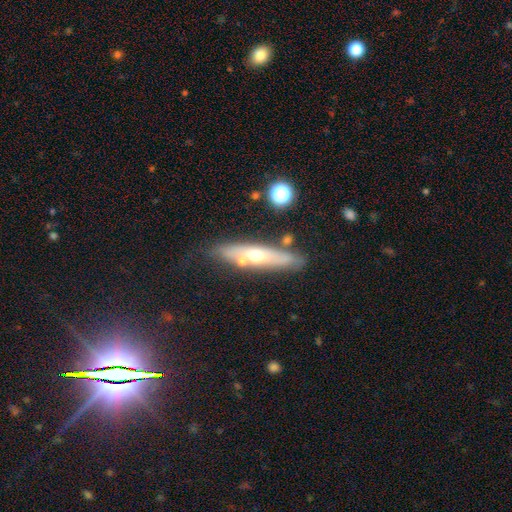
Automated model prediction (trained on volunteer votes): Smooth or featured? Predicted: featured or disk (p=0.53). Edge-on disk? Predicted: yes (p=0.72). Merging? Predicted: none (p=0.74).